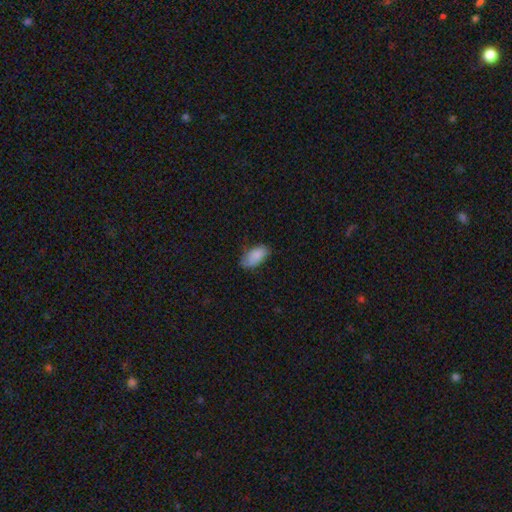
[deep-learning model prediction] A smooth galaxy with no disk features (85%) that is in between round and cigar-shaped (93%). Merging: none (68%).